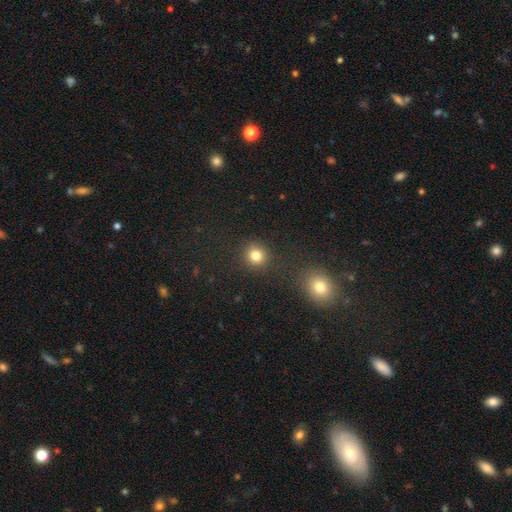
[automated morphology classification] Overall: smooth (81%). How rounded: round (89%). Merging: none (85%).